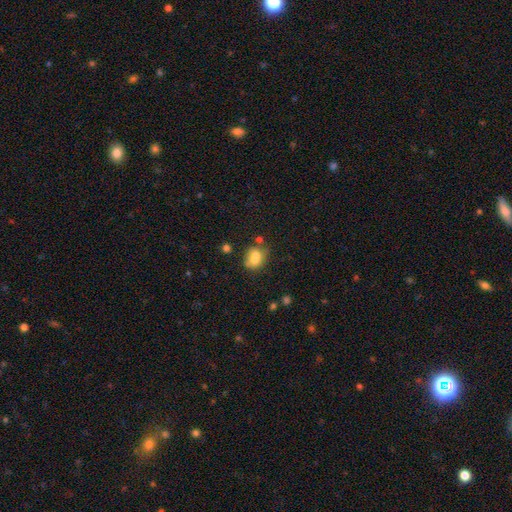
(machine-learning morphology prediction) This appears to be a smooth galaxy with no disk features (72%) that is in between round and cigar-shaped (60%). Merging: none (44%).